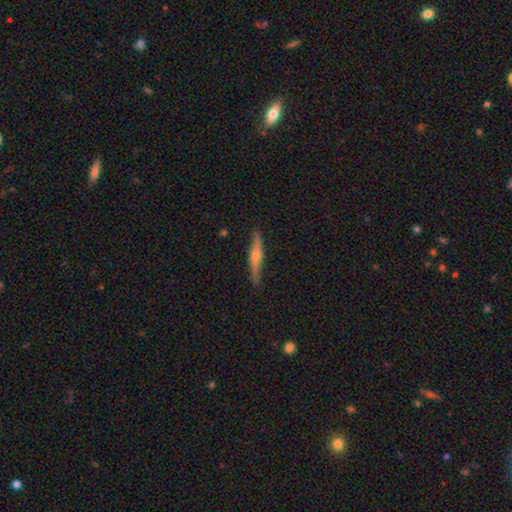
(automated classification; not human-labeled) featured or disk 61%, smooth 33%, star or artifact 6%. Down the decision tree: edge-on disk — yes (96%); edge-on bulge — rounded (80%); merging — none (85%).